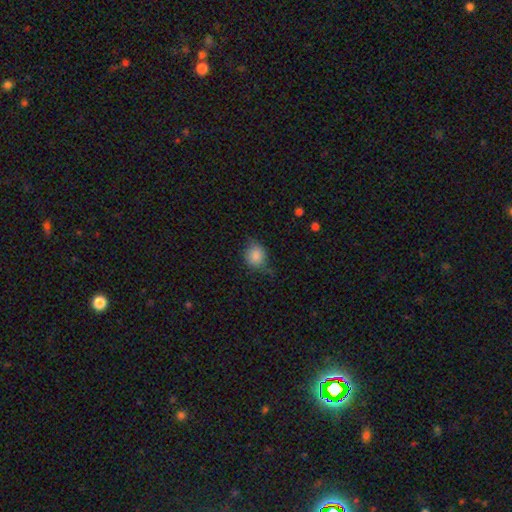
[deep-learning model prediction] Smooth or featured: smooth — 85% (star or artifact — 9%)
How rounded: round — 70% (in between — 29%)
Merging: none — 65% (minor disturbance — 27%)